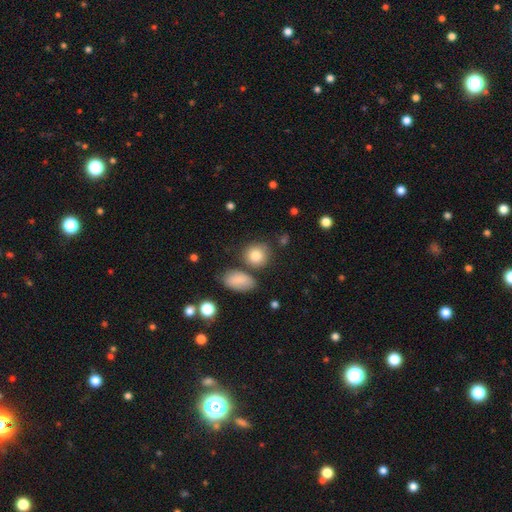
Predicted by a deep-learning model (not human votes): Overall: smooth (84%). How rounded: round (75%). Merging: none (71%).